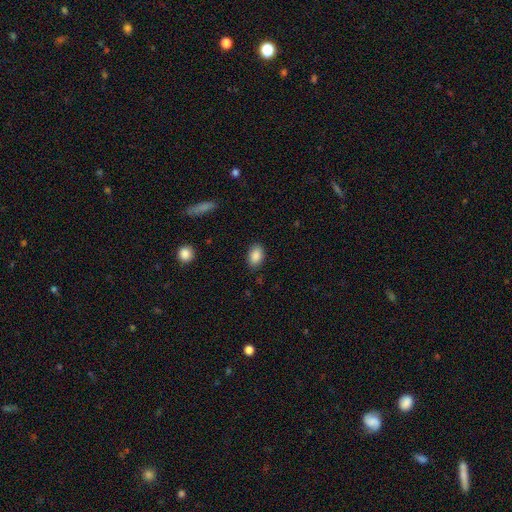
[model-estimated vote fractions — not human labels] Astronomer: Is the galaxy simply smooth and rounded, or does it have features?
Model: smooth — 88%.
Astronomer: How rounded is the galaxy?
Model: in between — 88%.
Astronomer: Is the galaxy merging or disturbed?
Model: none — 86%.